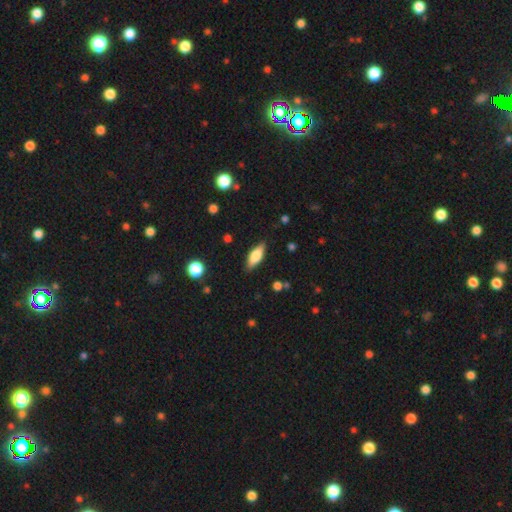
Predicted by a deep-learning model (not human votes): A smooth galaxy with no disk features (63%) that is in between round and cigar-shaped (68%).

Vote fractions:
- Smooth or featured? smooth: 63% / featured or disk: 30% / star or artifact: 7%
- How rounded? in between: 68% / cigar-shaped: 29% / round: 3%
- Merging? none: 86% / minor disturbance: 10% / major disturbance: 2% / merger: 1%